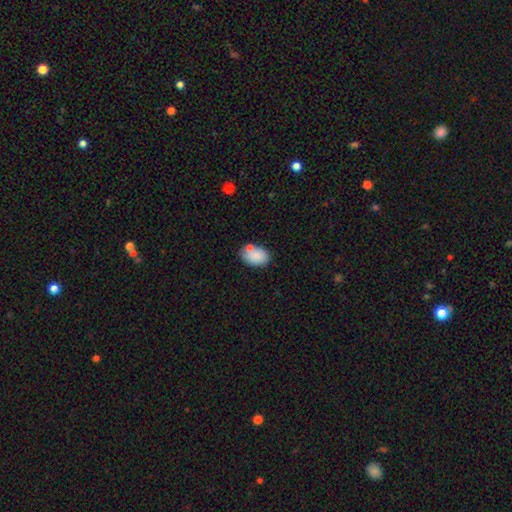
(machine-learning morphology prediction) smooth-or-featured: smooth: 85% | featured or disk: 8% | star or artifact: 7%
  how-rounded: in between: 84% | round: 15% | cigar-shaped: 1%
  merging: none: 63% | minor disturbance: 17% | merger: 16% | major disturbance: 4%